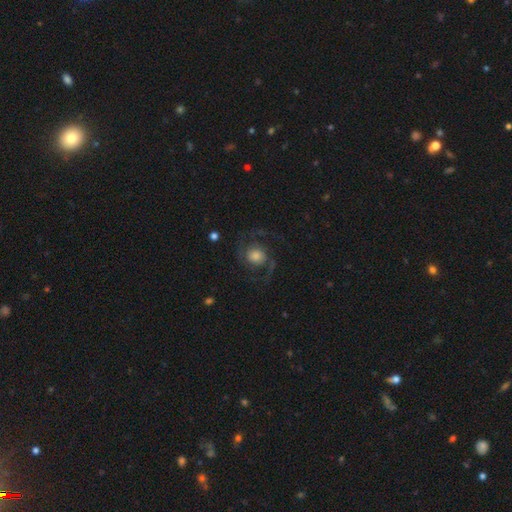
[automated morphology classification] Smooth or featured? featured or disk (77%)
Edge-on disk? no (98%)
Bar? no (72%)
Spiral arms? yes (95%)
Spiral winding? medium (50%)
Spiral arm count? 2 (86%)
Bulge size? moderate (37%)
Merging? none (71%)